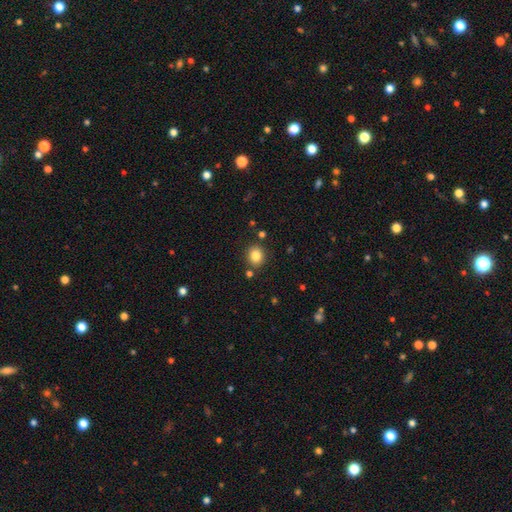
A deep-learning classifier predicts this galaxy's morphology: smooth-or-featured: smooth: 83% | star or artifact: 11% | featured or disk: 6%
  how-rounded: round: 75% | in between: 24% | cigar-shaped: 1%
  merging: none: 84% | minor disturbance: 8% | merger: 5% | major disturbance: 2%